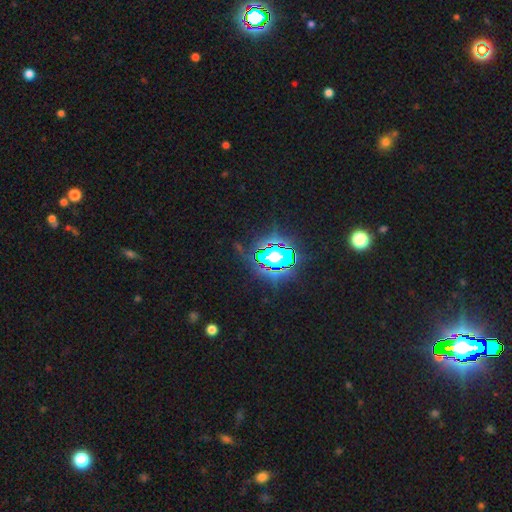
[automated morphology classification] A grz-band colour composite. It shows a star or artifact, not a galaxy (83%).